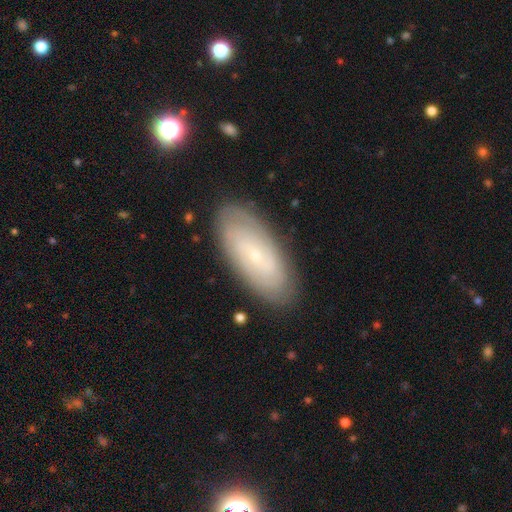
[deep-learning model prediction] smooth_or_featured: featured or disk (p=0.62) [alt: smooth p=0.31]
disk_edge_on: no (p=0.90) [alt: yes p=0.10]
bar: no (p=0.67) [alt: weak p=0.26]
has_spiral_arms: yes (p=0.78) [alt: no p=0.22]
bulge_size: small (p=0.84) [alt: moderate p=0.12]
merging: none (p=0.85) [alt: minor disturbance p=0.11]